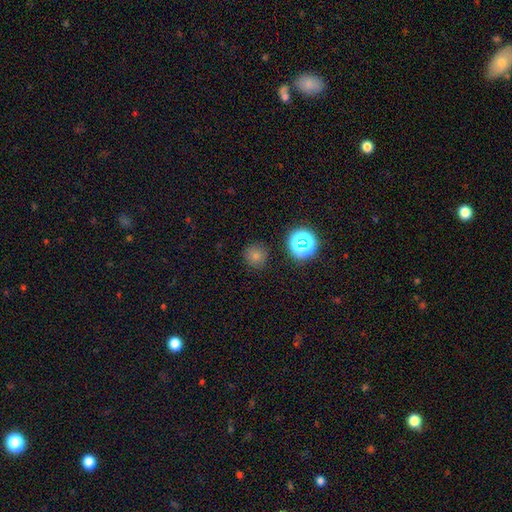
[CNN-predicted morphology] type=smooth (74%); roundness=round (92%); merging=none (87%).